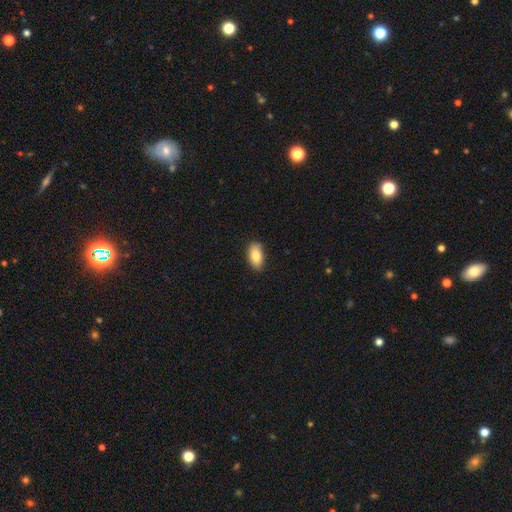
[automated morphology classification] This is clearly a smooth galaxy (85%). How rounded: clearly in between (92%). Merging: clearly none (86%).